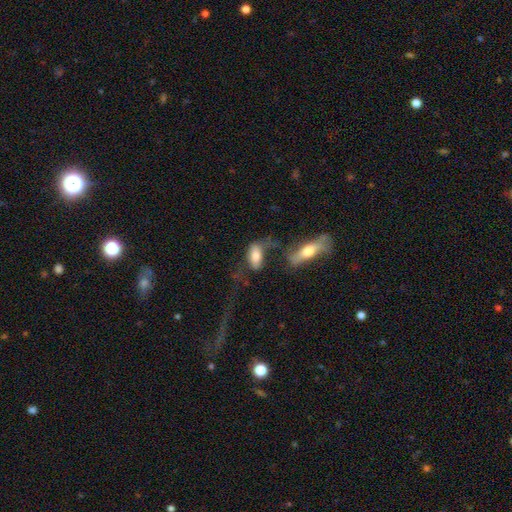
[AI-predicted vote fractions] A smooth galaxy with no disk features (67%) that is in between round and cigar-shaped (84%). Merging: merger (30%, tied with none).